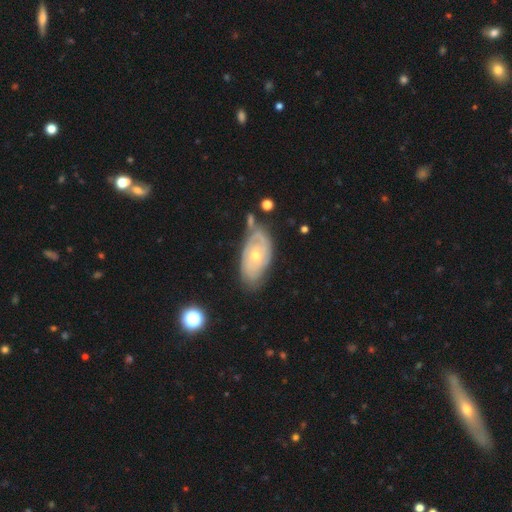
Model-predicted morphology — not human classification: featured or disk 76%, smooth 18%, star or artifact 6%. Down the decision tree: edge-on disk — no (94%); bar — no (76%); spiral arms — yes (84%); spiral arm count — can't tell (44%); spiral winding — tight (71%); bulge size — small (50%); merging — none (59%).